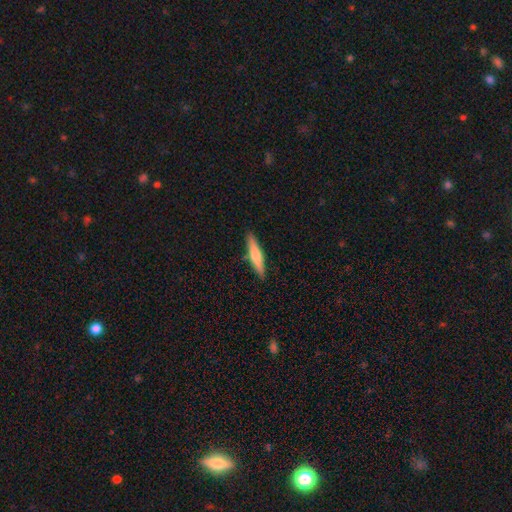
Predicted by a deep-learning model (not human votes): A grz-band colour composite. It shows a smooth galaxy with no disk features (62%) that is cigar-shaped (86%). Merging: none (88%).